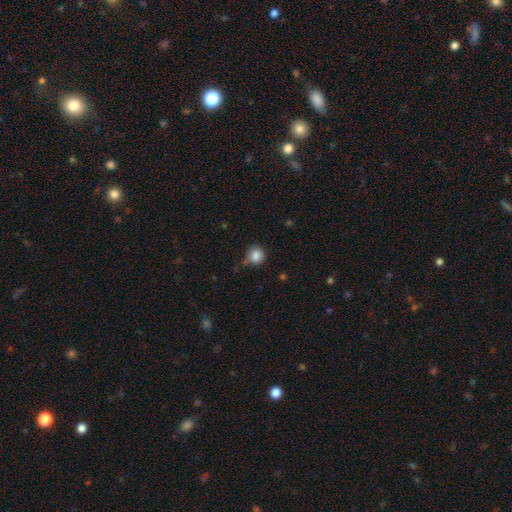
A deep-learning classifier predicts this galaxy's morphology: A smooth galaxy with no disk features (85%) that is round (85%). Merging: none (67%).